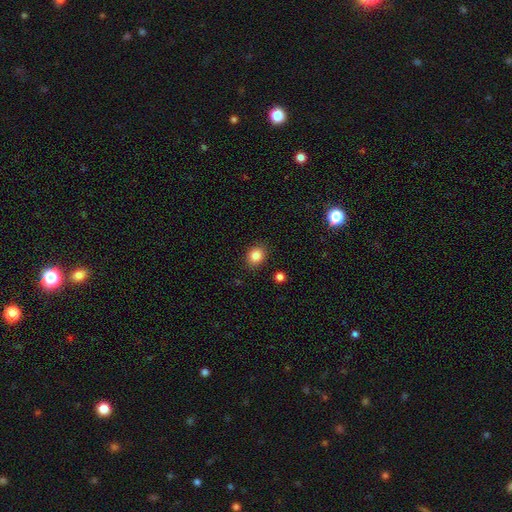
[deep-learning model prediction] This is clearly a smooth galaxy (85%). How rounded: possibly round (53%). Merging: clearly none (87%).